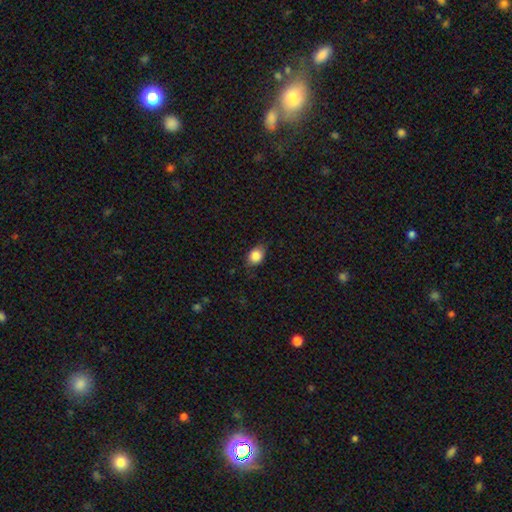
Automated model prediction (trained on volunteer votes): smooth 85%, star or artifact 9%, featured or disk 6%. Down the decision tree: how rounded — in between (61%); merging — none (76%).